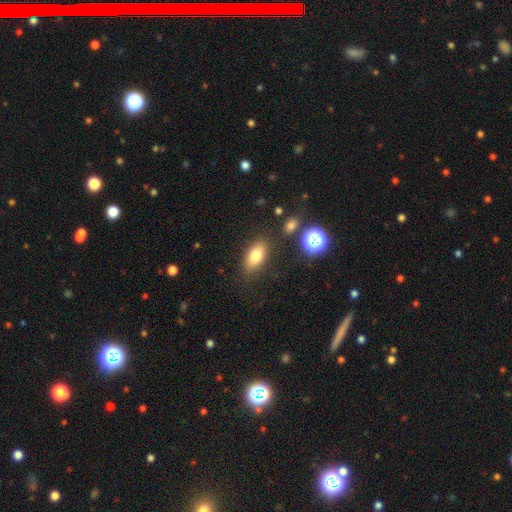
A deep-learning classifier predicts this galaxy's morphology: smooth 78%, featured or disk 12%, star or artifact 10%. Down the decision tree: how rounded — in between (85%); merging — none (82%).